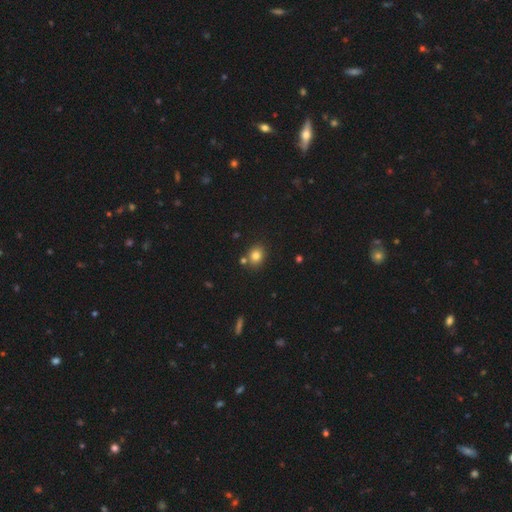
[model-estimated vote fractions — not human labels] This appears to be a smooth galaxy with no disk features (80%) that is round (64%). Merging: none (75%).